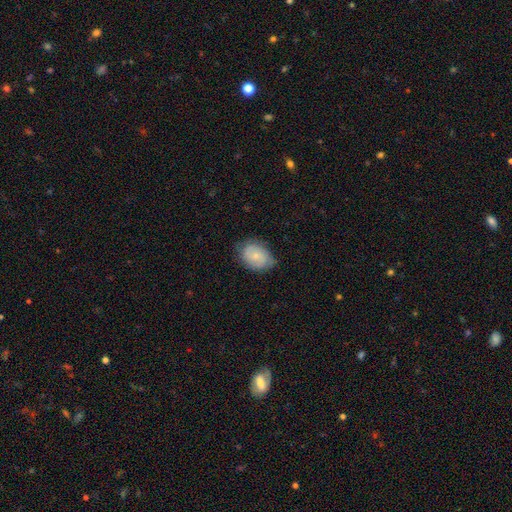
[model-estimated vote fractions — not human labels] Morphology: type=smooth (64%); roundness=in between (75%); merging=none (66%).